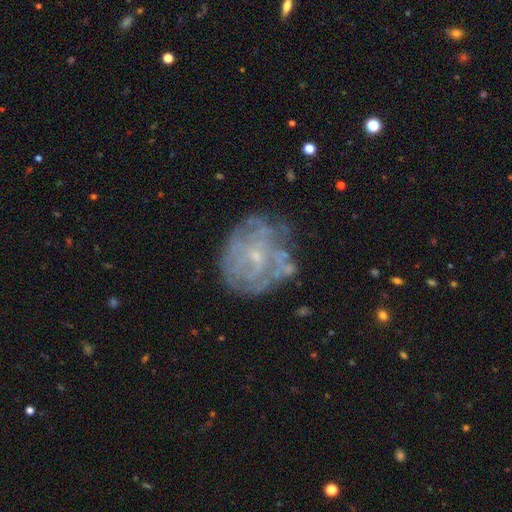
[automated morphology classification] featured or disk 71%, smooth 19%, star or artifact 10%. Down the decision tree: edge-on disk — no (97%); bar — no (73%); spiral arms — yes (60%); bulge size — small (78%); merging — none (61%).